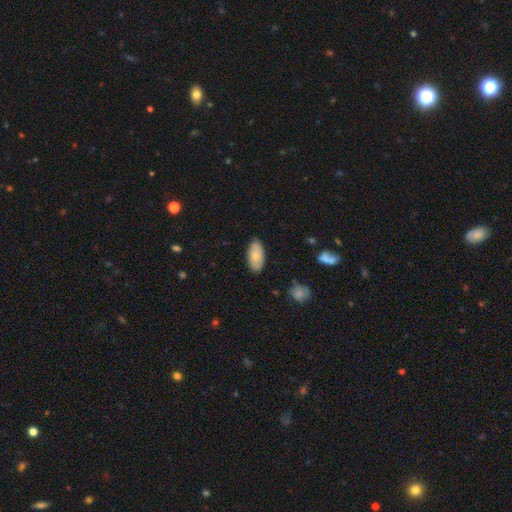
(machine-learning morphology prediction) A smooth galaxy with no disk features (71%) that is in between round and cigar-shaped (93%). Merging: none (83%).